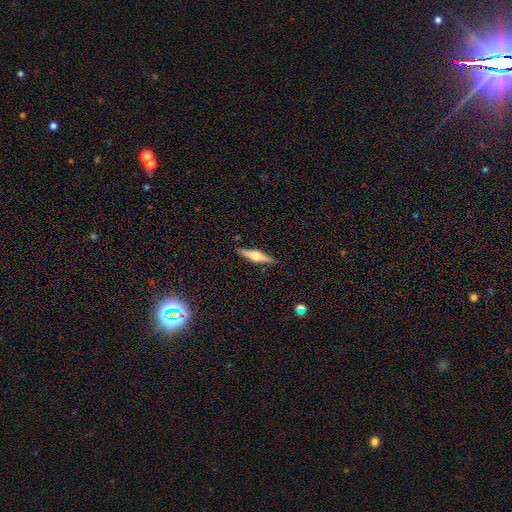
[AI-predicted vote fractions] Smooth or featured?
  - featured or disk: 68% *
  - smooth: 26%
  - star or artifact: 6%
Edge-on disk?
  - yes: 97% *
  - no: 3%
Edge-on bulge?
  - rounded: 91% *
  - boxy: 7%
  - none: 2%
Merging?
  - none: 90% *
  - minor disturbance: 7%
  - major disturbance: 2%
  - merger: 1%